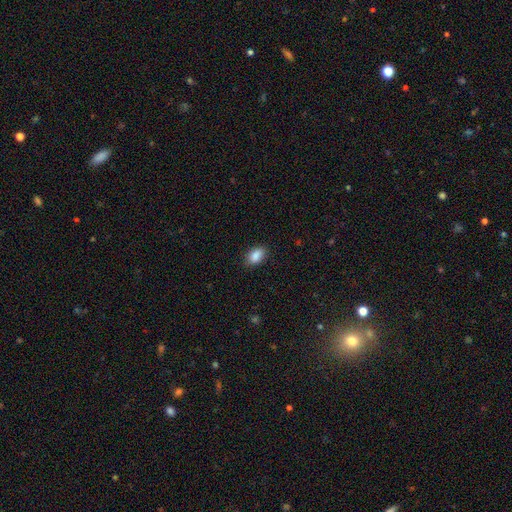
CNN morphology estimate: Smooth or featured? Predicted: smooth (p=0.88). How rounded? Predicted: in between (p=0.89). Merging? Predicted: none (p=0.85).